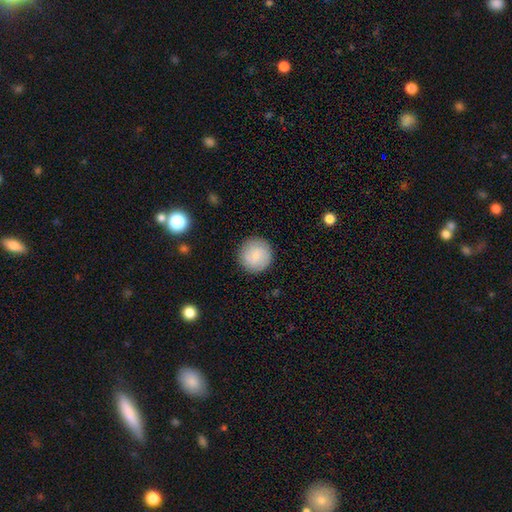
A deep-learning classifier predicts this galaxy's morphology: A smooth galaxy with no disk features (79%) that is round (95%).

Vote fractions:
- Smooth or featured? smooth: 79% / featured or disk: 14% / star or artifact: 7%
- How rounded? round: 95% / in between: 4% / cigar-shaped: 1%
- Merging? none: 89% / minor disturbance: 8% / major disturbance: 2% / merger: 1%